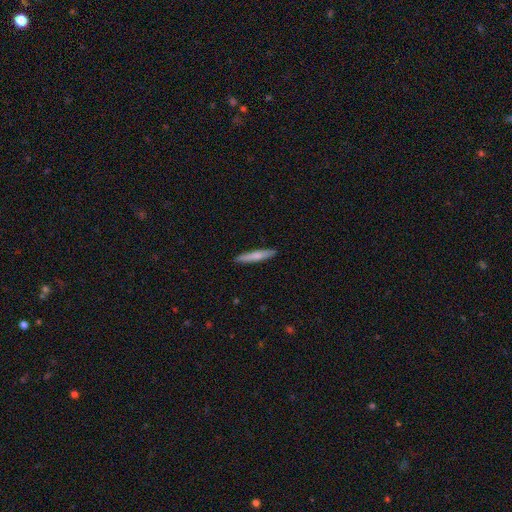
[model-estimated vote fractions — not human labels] Smooth or featured: smooth — 70% (featured or disk — 25%)
How rounded: cigar-shaped — 93% (in between — 6%)
Merging: none — 91% (minor disturbance — 7%)